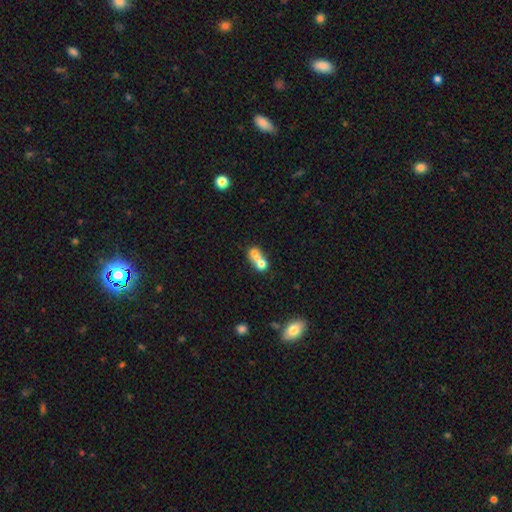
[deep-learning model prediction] Smooth or featured: smooth — 60% (featured or disk — 27%)
How rounded: round — 62% (in between — 36%)
Merging: merger — 67% (none — 22%)